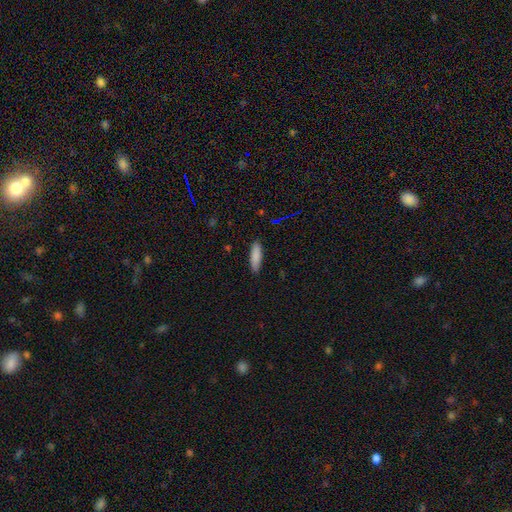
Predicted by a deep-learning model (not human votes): Overall: smooth (86%). How rounded: cigar-shaped (58%; in between 40%). Merging: none (87%).